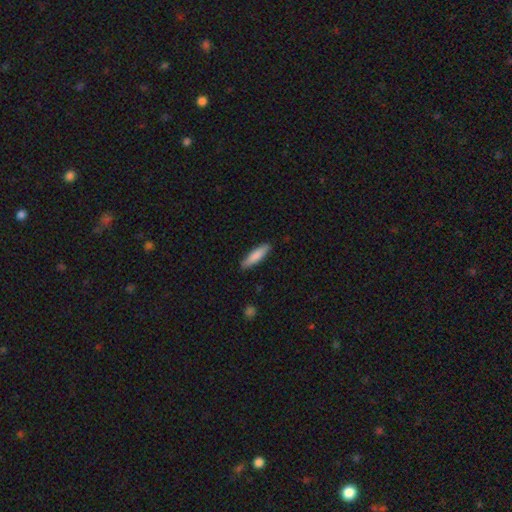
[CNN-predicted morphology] smooth-or-featured: smooth: 84% | featured or disk: 11% | star or artifact: 5%
  how-rounded: cigar-shaped: 76% | in between: 23% | round: 1%
  merging: none: 88% | minor disturbance: 9% | major disturbance: 2% | merger: 1%